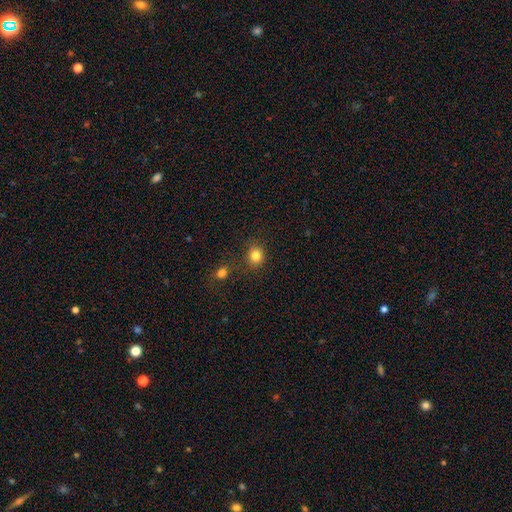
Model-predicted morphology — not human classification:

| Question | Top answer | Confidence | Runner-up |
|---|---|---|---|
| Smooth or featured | smooth | 83% | star or artifact (12%) |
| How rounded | round | 80% | in between (19%) |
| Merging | none | 79% | minor disturbance (10%) |